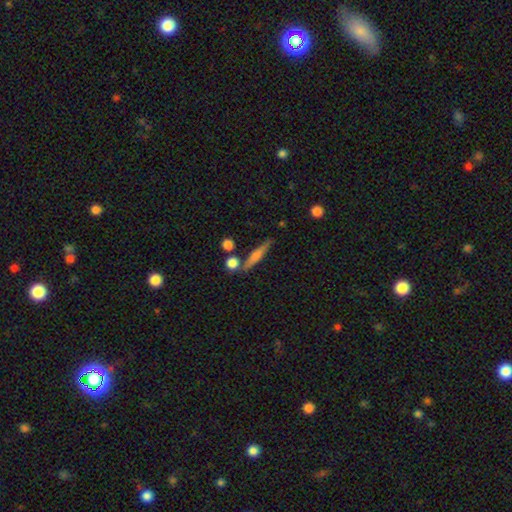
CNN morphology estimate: smooth_or_featured: featured or disk (p=0.48) [alt: smooth p=0.43]
merging: none (p=0.79) [alt: minor disturbance p=0.10]